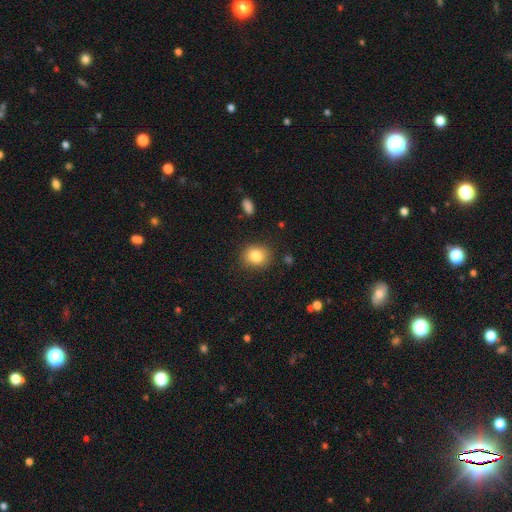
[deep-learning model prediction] Overall: smooth (84%). How rounded: round (71%). Merging: none (85%).